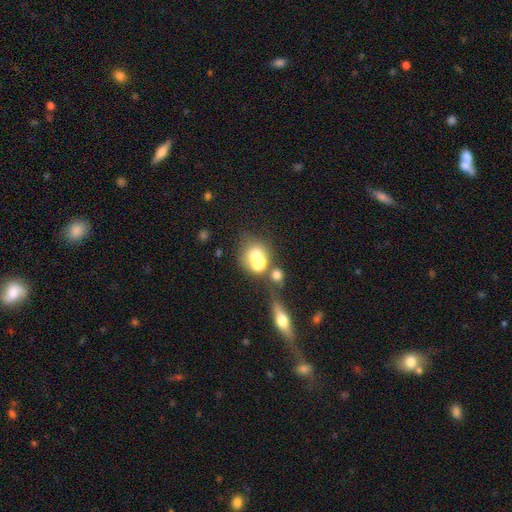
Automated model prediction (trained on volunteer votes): smooth-or-featured: smooth: 63% | featured or disk: 19% | star or artifact: 17%
  how-rounded: round: 64% | in between: 34% | cigar-shaped: 2%
  merging: merger: 45% | none: 36% | minor disturbance: 10% | major disturbance: 8%